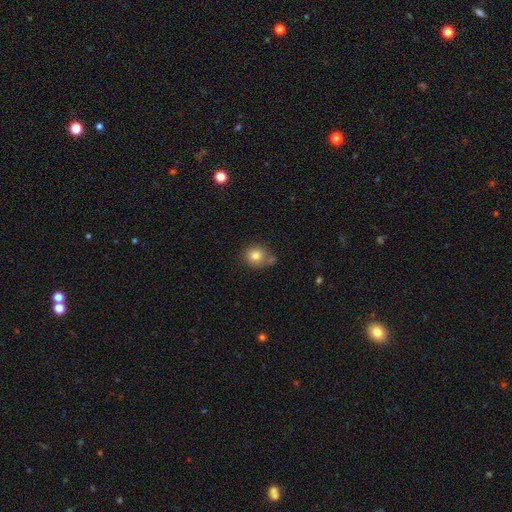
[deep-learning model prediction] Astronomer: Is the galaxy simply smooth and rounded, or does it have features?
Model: smooth — 81%.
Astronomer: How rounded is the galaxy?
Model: round — 81%.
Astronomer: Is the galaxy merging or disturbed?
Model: none — 60%.